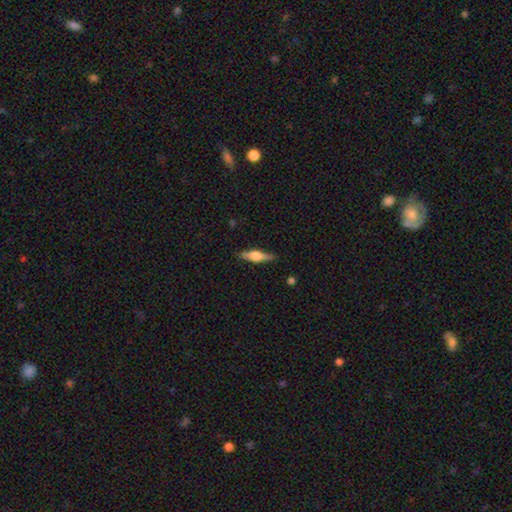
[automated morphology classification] Smooth or featured: featured or disk — 52% (smooth — 41%)
Edge-on disk: yes — 95% (no — 5%)
Merging: none — 84% (minor disturbance — 12%)